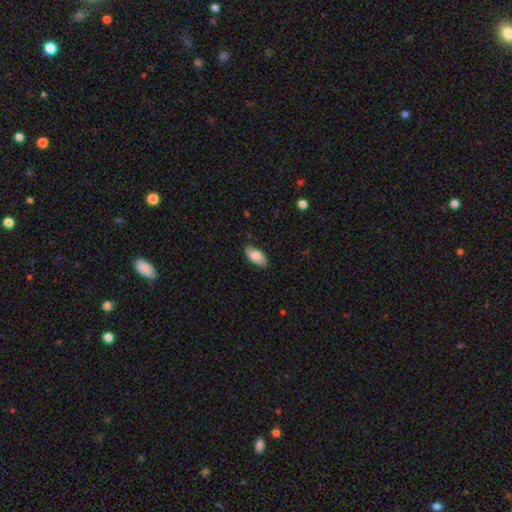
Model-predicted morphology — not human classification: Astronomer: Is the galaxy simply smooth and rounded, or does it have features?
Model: smooth — 81%.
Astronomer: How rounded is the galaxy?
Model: in between — 91%.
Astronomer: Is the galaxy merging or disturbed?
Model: none — 81%.